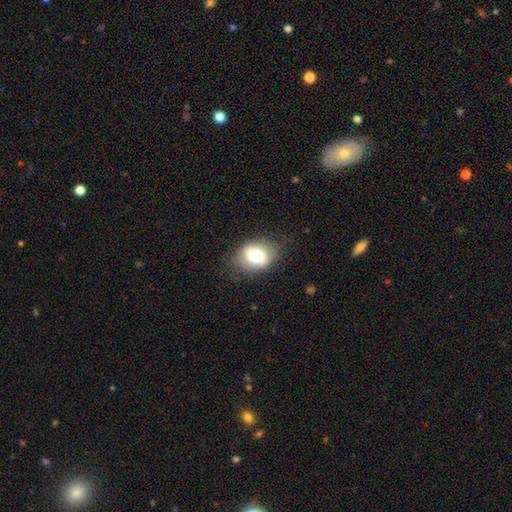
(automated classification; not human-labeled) Morphology: type=smooth (74%); roundness=in between (69%); merging=none (77%).